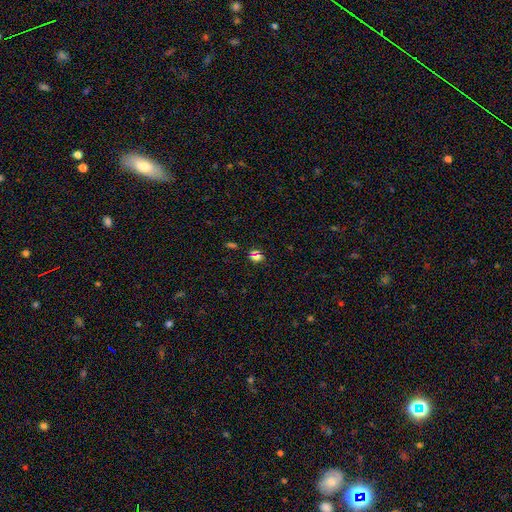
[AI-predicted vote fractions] smooth_or_featured: smooth (p=0.54) [alt: star or artifact p=0.37]
how_rounded: round (p=0.68) [alt: in between p=0.29]
merging: none (p=0.80) [alt: minor disturbance p=0.11]